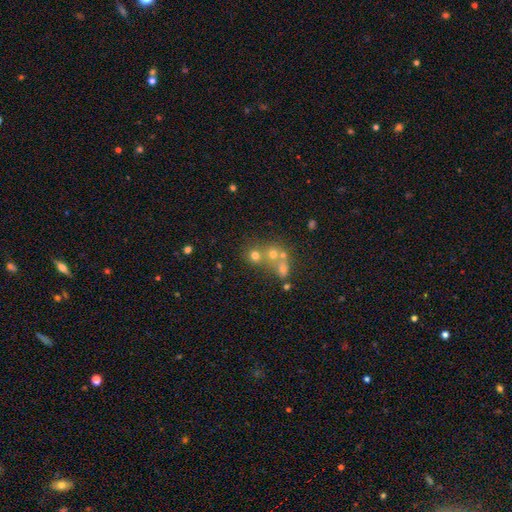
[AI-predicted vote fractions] This appears to be a smooth galaxy with no disk features (57%) that is round (82%). Merging: merger (45%).